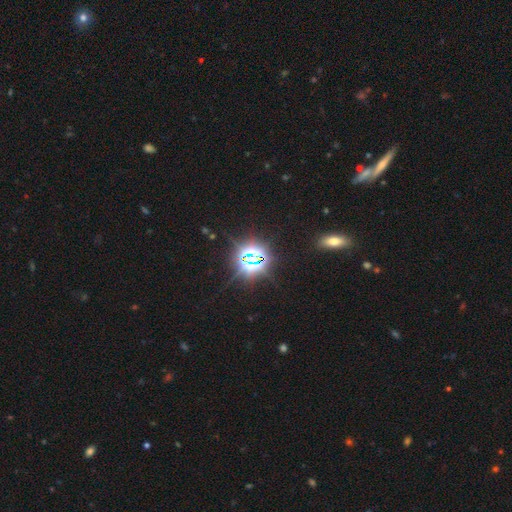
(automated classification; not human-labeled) This is clearly a star or artifact rather than a galaxy (81%).